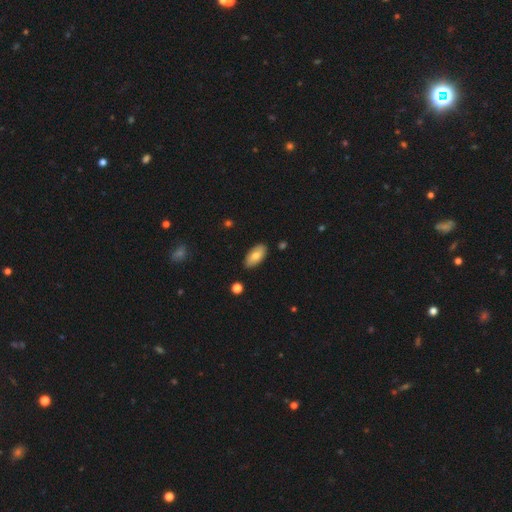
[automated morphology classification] smooth-or-featured: smooth: 75% | featured or disk: 18% | star or artifact: 7%
  how-rounded: in between: 93% | cigar-shaped: 5% | round: 3%
  merging: none: 86% | minor disturbance: 11% | major disturbance: 2% | merger: 2%